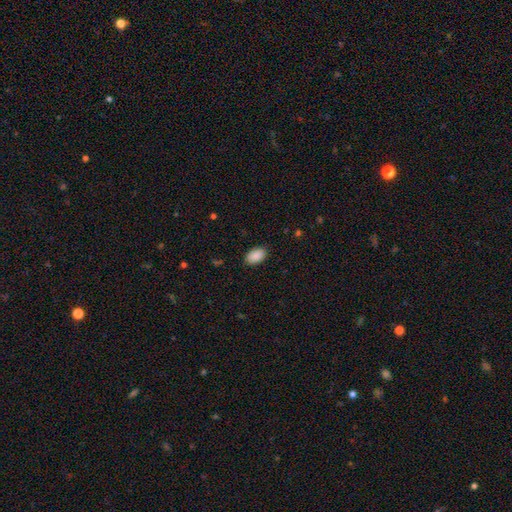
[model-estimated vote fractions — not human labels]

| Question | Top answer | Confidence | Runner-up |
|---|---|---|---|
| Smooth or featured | smooth | 90% | star or artifact (7%) |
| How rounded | in between | 93% | round (6%) |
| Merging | none | 89% | minor disturbance (8%) |